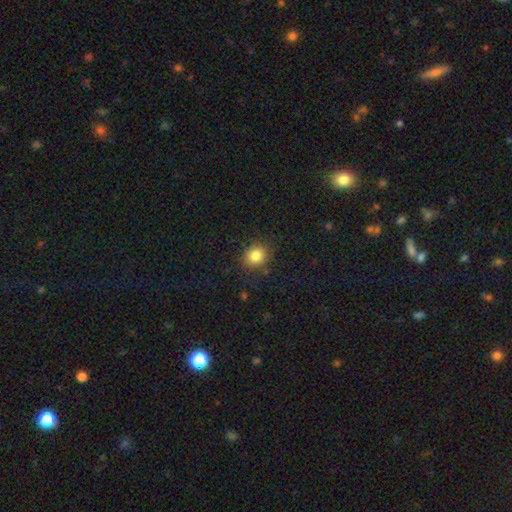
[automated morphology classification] smooth_or_featured: smooth (p=0.84) [alt: star or artifact p=0.11]
how_rounded: round (p=0.67) [alt: in between p=0.32]
merging: none (p=0.84) [alt: minor disturbance p=0.11]